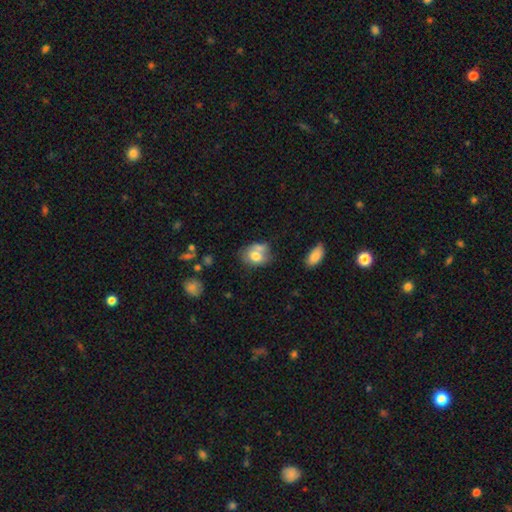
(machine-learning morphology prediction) Smooth or featured: smooth — 71% (featured or disk — 21%)
How rounded: in between — 60% (round — 39%)
Merging: merger — 37% (none — 35%)